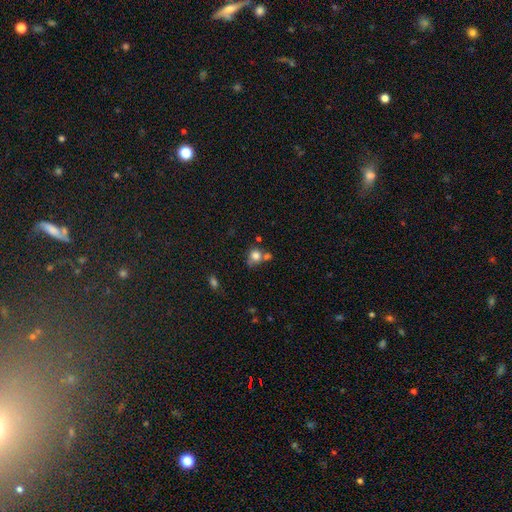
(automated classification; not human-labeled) Morphology: type=smooth (78%); roundness=round (79%); merging=none (48%).